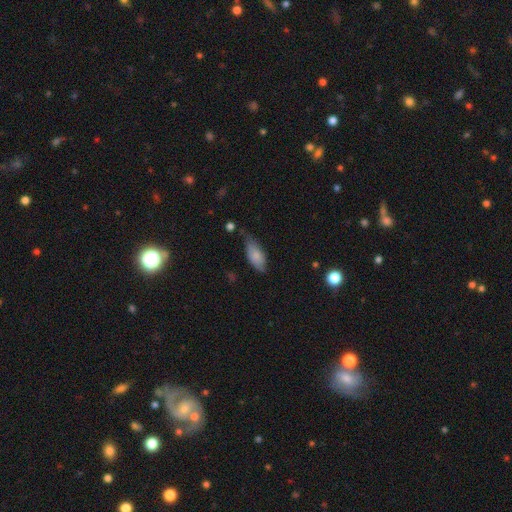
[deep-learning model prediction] Smooth or featured: smooth — 76% (featured or disk — 18%)
How rounded: in between — 85% (cigar-shaped — 12%)
Merging: none — 48% (minor disturbance — 39%)